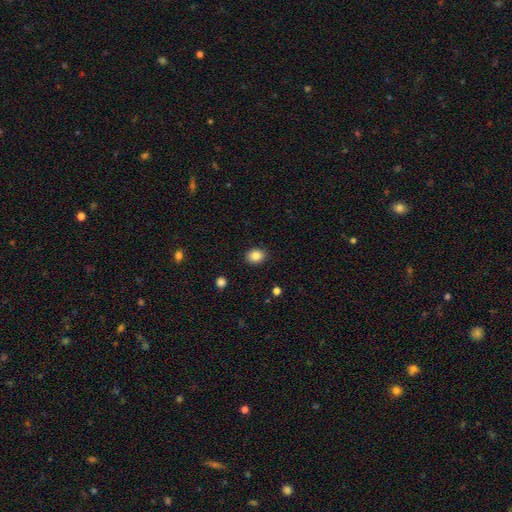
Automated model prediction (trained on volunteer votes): Smooth or featured? Predicted: smooth (p=0.86). How rounded? Predicted: in between (p=0.54). Merging? Predicted: none (p=0.89).